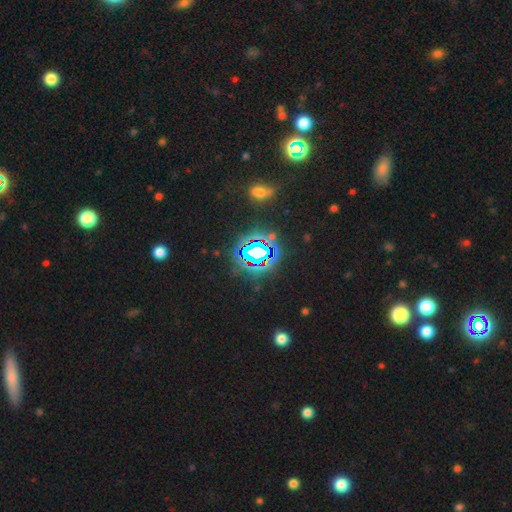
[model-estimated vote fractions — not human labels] Smooth or featured?
  - star or artifact: 79% *
  - smooth: 12%
  - featured or disk: 8%